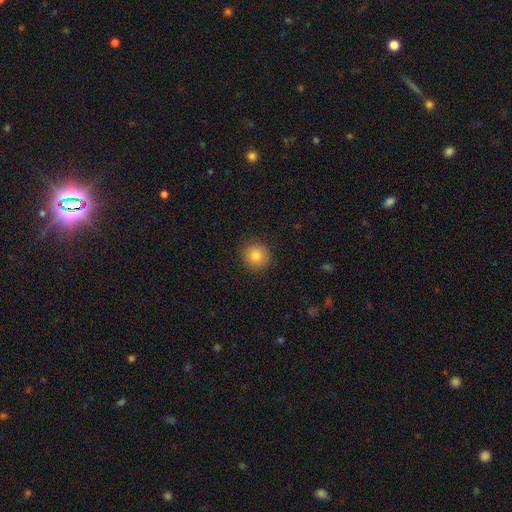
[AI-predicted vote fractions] smooth-or-featured: smooth: 82% | star or artifact: 11% | featured or disk: 8%
  how-rounded: round: 92% | in between: 7% | cigar-shaped: 1%
  merging: none: 89% | minor disturbance: 7% | major disturbance: 2% | merger: 1%